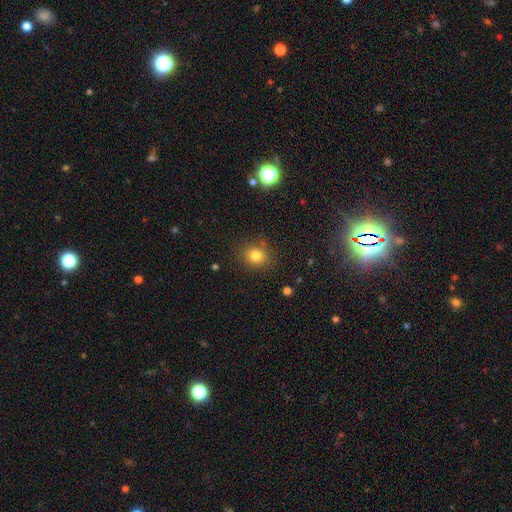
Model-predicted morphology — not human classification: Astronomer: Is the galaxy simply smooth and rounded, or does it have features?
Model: smooth — 80%.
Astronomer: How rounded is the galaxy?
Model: round — 67%.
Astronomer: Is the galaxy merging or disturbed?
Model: none — 84%.